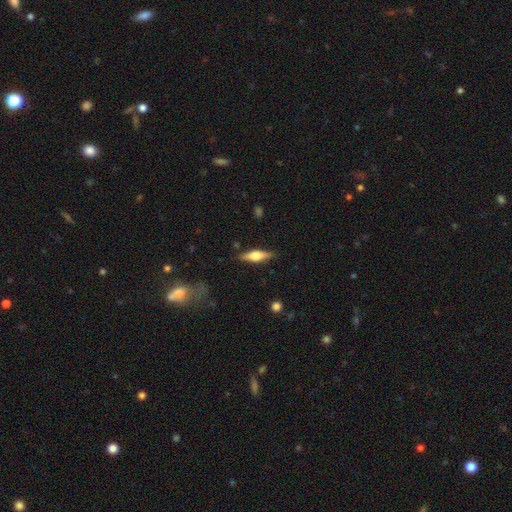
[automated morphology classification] Q: Smooth or featured?
A: featured or disk (53%); runner-up: smooth (41%)
Q: Edge-on disk?
A: yes (94%); runner-up: no (6%)
Q: Edge-on bulge?
A: rounded (90%); runner-up: boxy (7%)
Q: Merging?
A: none (86%); runner-up: minor disturbance (10%)